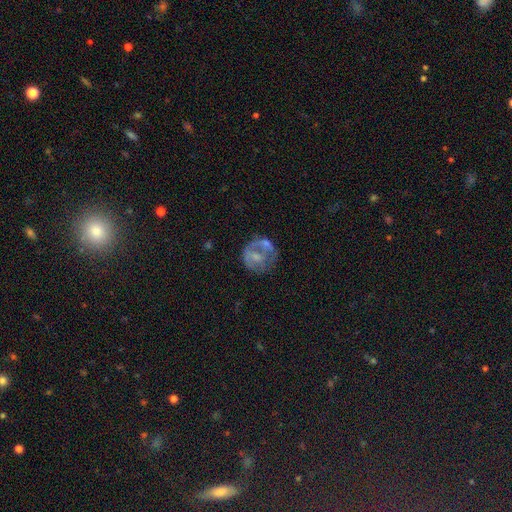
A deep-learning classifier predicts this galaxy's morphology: Smooth or featured? featured or disk (49%)
Merging? none (40%)